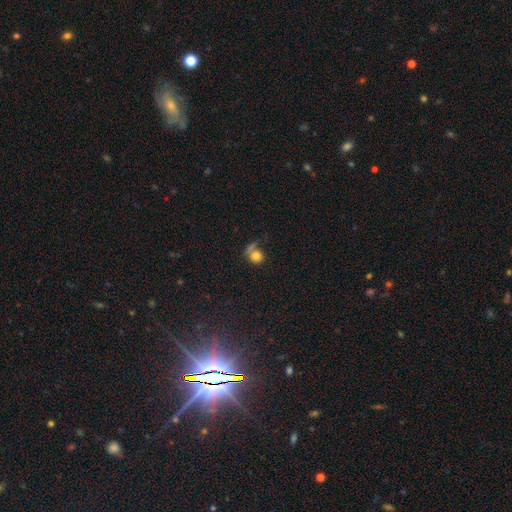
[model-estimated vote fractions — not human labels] smooth_or_featured: smooth (p=0.72) [alt: featured or disk p=0.17]
how_rounded: round (p=0.78) [alt: in between p=0.21]
merging: none (p=0.39) [alt: major disturbance p=0.25]